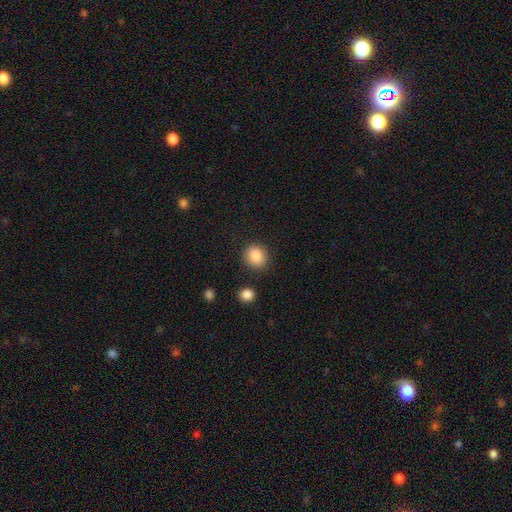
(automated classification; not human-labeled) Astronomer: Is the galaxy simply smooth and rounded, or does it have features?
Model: smooth — 87%.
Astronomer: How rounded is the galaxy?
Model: round — 78%.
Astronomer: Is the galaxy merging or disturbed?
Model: none — 86%.